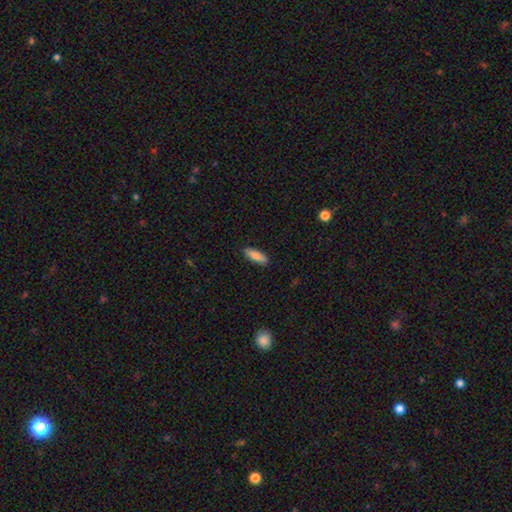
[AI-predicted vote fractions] A smooth galaxy with no disk features (81%) that is in between round and cigar-shaped (58%). Merging: none (88%).